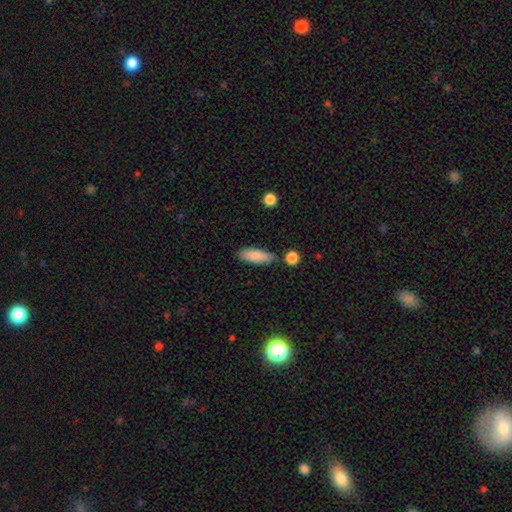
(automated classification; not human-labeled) The model was most divided on "how rounded": in between: 59%, cigar-shaped: 39%, round: 2%. More confident: smooth or featured — smooth (84%); merging — none (79%).